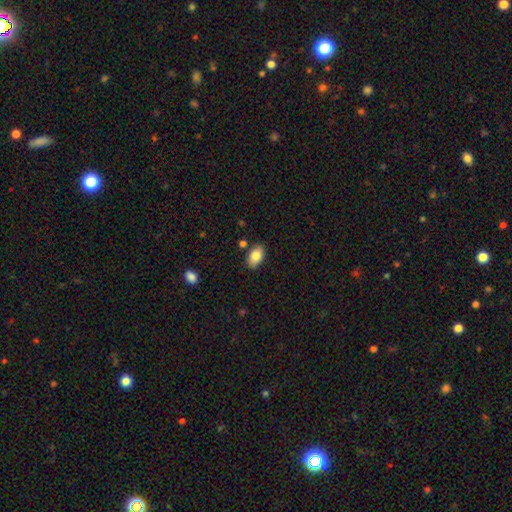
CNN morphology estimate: A smooth galaxy with no disk features (83%) that is in between round and cigar-shaped (92%).

Vote fractions:
- Smooth or featured? smooth: 83% / featured or disk: 9% / star or artifact: 7%
- How rounded? in between: 92% / round: 6% / cigar-shaped: 1%
- Merging? none: 83% / minor disturbance: 11% / merger: 3% / major disturbance: 2%